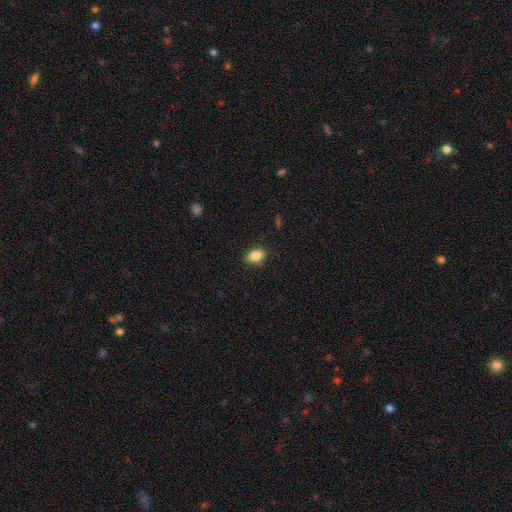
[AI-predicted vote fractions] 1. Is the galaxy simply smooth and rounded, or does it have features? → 86% smooth, 9% star or artifact, 5% featured or disk.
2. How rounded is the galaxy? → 79% in between, 19% round, 1% cigar-shaped.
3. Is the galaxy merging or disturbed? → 88% none, 9% minor disturbance, 2% major disturbance, 1% merger.